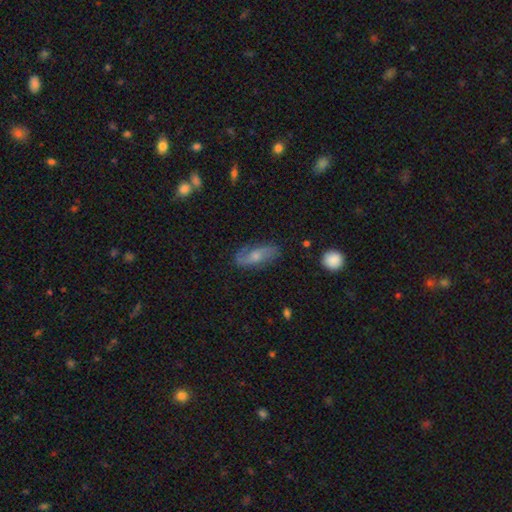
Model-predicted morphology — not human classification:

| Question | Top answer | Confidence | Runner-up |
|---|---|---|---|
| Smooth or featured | featured or disk | 62% | smooth (31%) |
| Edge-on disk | no | 90% | yes (10%) |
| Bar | no | 60% | weak (32%) |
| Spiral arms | yes | 88% | no (12%) |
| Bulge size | moderate | 48% | small (41%) |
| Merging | none | 72% | minor disturbance (20%) |